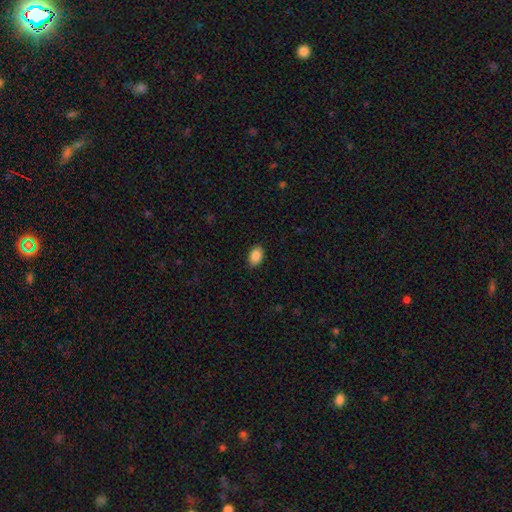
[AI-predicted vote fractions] Overall: smooth (88%). How rounded: in between (87%). Merging: none (88%).